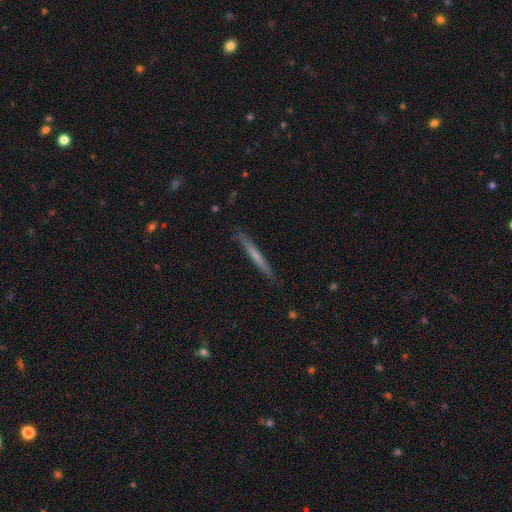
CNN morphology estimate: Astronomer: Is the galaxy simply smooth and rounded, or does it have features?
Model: smooth — 56% (runner-up: featured or disk, 38%).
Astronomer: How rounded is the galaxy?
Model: cigar-shaped — 97%.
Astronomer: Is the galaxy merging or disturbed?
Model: none — 88%.